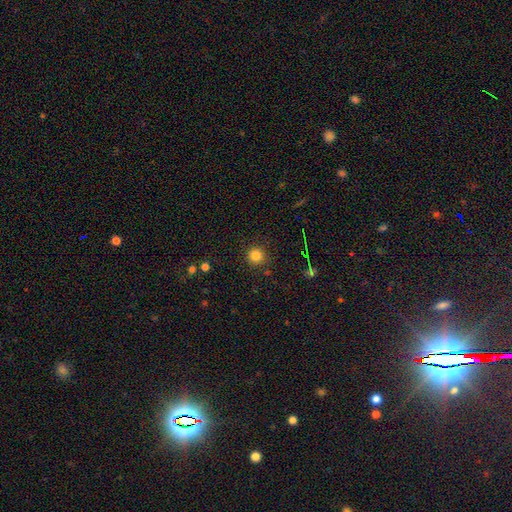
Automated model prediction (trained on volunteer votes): A smooth galaxy with no disk features (81%) that is round (94%).

Vote fractions:
- Smooth or featured? smooth: 81% / star or artifact: 14% / featured or disk: 5%
- How rounded? round: 94% / in between: 5% / cigar-shaped: 1%
- Merging? none: 89% / minor disturbance: 7% / major disturbance: 2% / merger: 2%